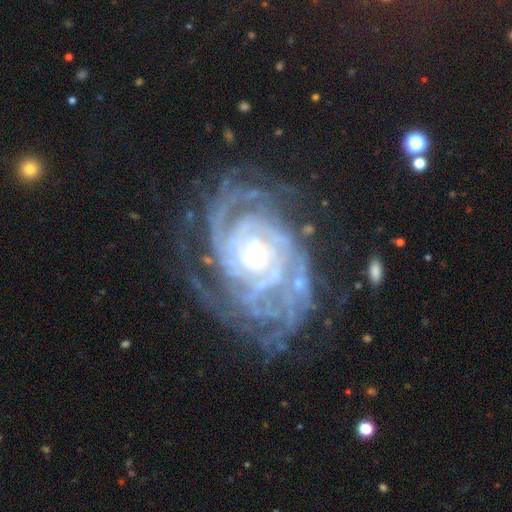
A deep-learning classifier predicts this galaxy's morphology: This is clearly a featured or disk galaxy (91%). It is clearly not viewed edge-on (97%). Bar: likely no (75%). Spiral arm pattern: clearly yes (98%). Spiral arm count: marginally can't tell (22%). Spiral winding: likely tight (77%). Central bulge: likely small (68%). Merging: likely none (66%).